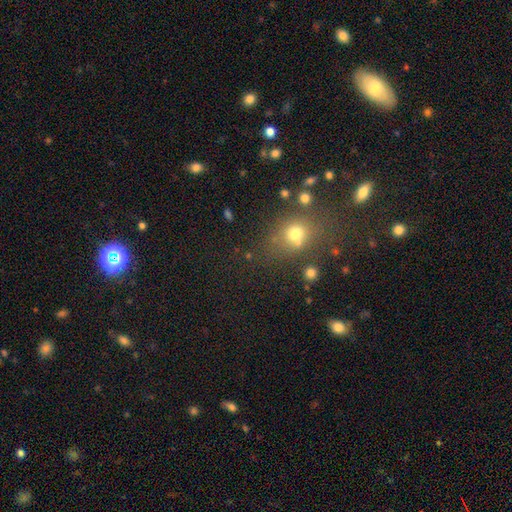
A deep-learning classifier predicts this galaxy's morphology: type=smooth (55%); roundness=round (68%); merging=none (75%).